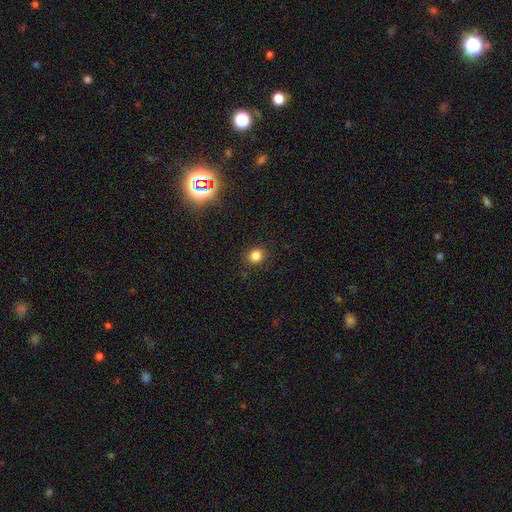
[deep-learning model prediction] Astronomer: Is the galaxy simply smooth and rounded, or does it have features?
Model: smooth — 82%.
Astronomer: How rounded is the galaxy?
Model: round — 84%.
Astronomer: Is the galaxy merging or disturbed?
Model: none — 90%.